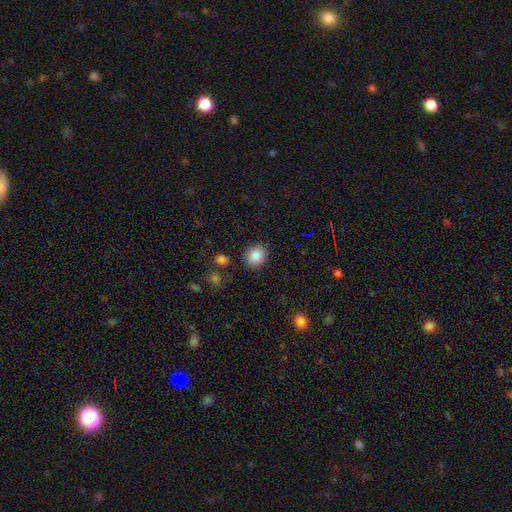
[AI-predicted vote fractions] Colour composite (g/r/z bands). It shows a smooth galaxy with no disk features (86%) that is round (77%). Merging: none (87%).